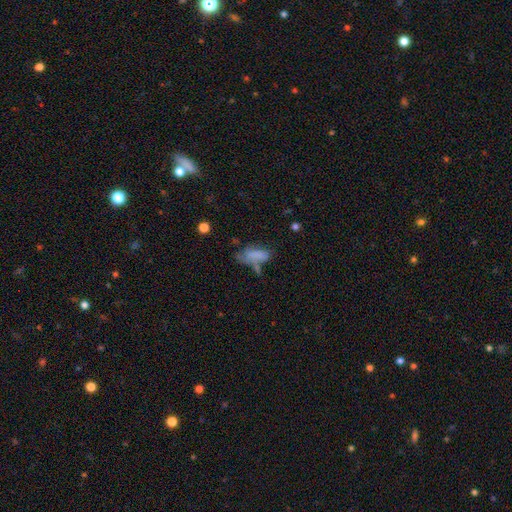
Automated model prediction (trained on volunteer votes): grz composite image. It shows a smooth galaxy with no disk features (71%) that is in between round and cigar-shaped (77%). Merging: none (34%).